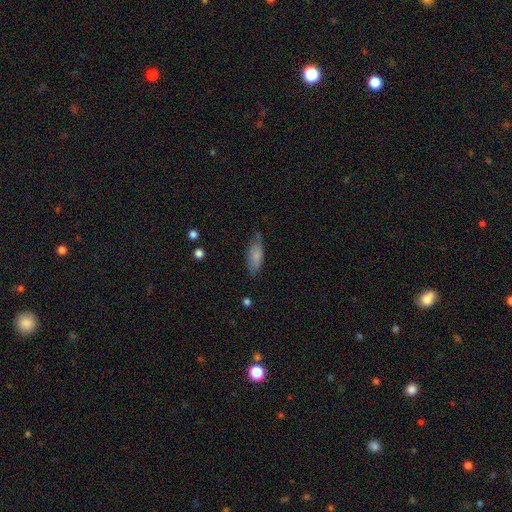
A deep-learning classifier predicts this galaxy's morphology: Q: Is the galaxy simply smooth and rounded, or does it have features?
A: smooth — 78%.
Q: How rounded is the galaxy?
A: in between — 75%.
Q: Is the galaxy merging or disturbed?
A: none — 65%.